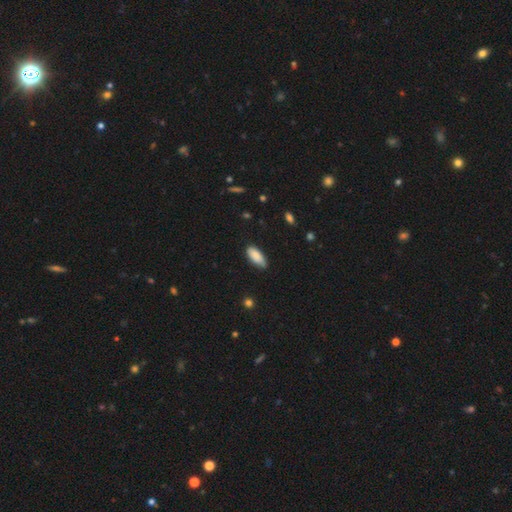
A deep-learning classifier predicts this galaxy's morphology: The model was most divided on "merging": none: 72%, minor disturbance: 23%, major disturbance: 3%, merger: 1%. More confident: smooth or featured — smooth (86%); how rounded — in between (83%).